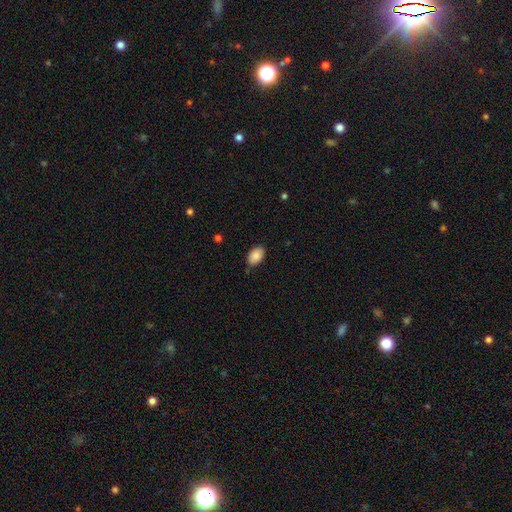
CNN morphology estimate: smooth-or-featured: smooth: 86% | star or artifact: 7% | featured or disk: 7%
  how-rounded: in between: 88% | round: 11% | cigar-shaped: 1%
  merging: none: 83% | minor disturbance: 13% | major disturbance: 2% | merger: 2%